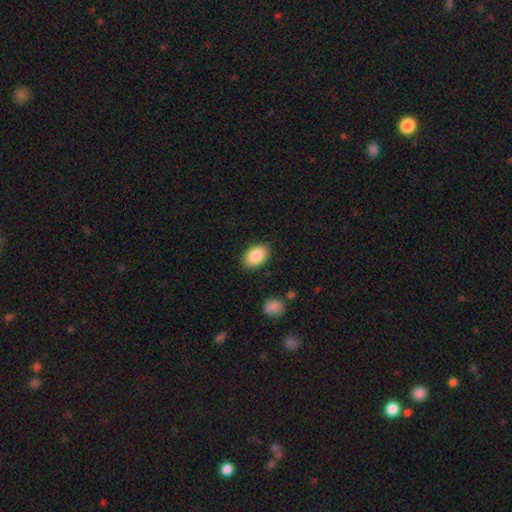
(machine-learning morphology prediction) Smooth or featured? Predicted: smooth (p=0.87). How rounded? Predicted: in between (p=0.86). Merging? Predicted: none (p=0.86).